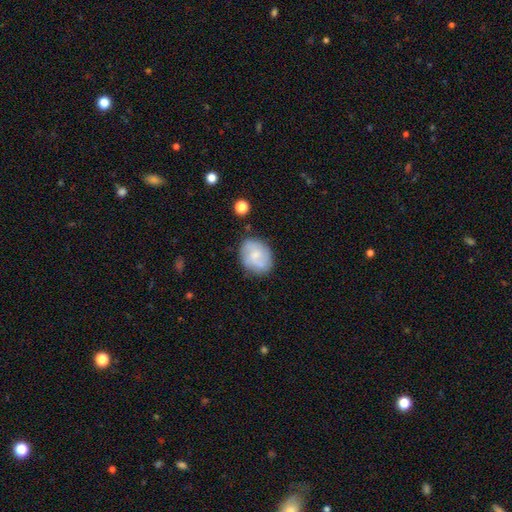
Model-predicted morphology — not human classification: Smooth or featured?
  - smooth: 48% *
  - featured or disk: 44%
  - star or artifact: 7%
Merging?
  - none: 69% *
  - minor disturbance: 21%
  - major disturbance: 6%
  - merger: 4%